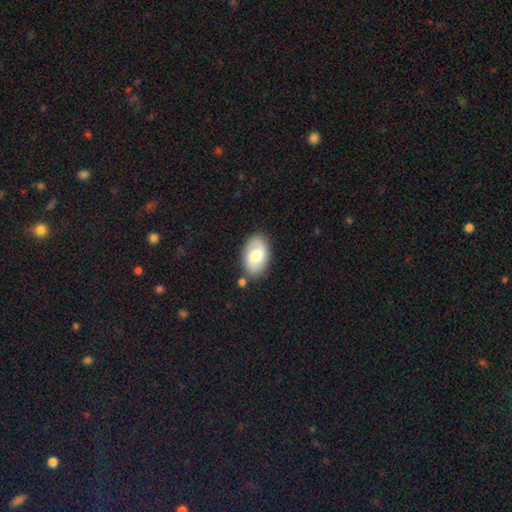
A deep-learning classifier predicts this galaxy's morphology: A smooth galaxy with no disk features (61%) that is in between round and cigar-shaped (92%).

Vote fractions:
- Smooth or featured? smooth: 61% / featured or disk: 33% / star or artifact: 7%
- How rounded? in between: 92% / round: 7% / cigar-shaped: 1%
- Merging? none: 75% / minor disturbance: 16% / merger: 5% / major disturbance: 4%